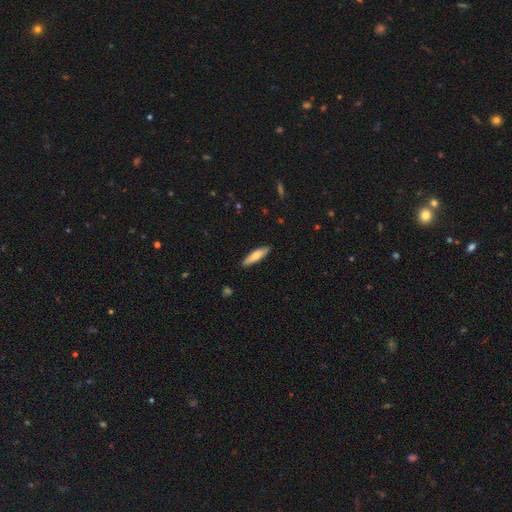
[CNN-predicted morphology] Smooth or featured: smooth — 74% (featured or disk — 20%)
How rounded: cigar-shaped — 68% (in between — 31%)
Merging: none — 89% (minor disturbance — 8%)